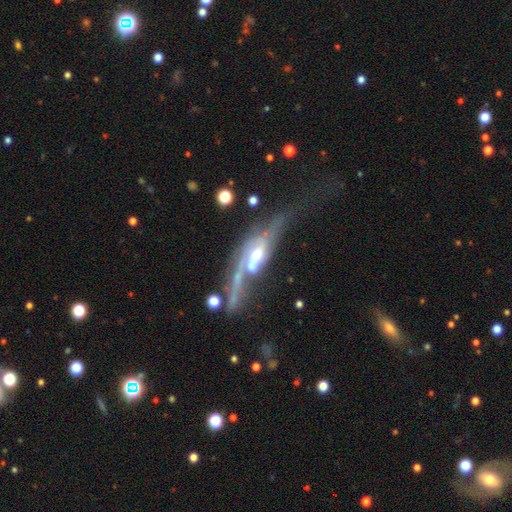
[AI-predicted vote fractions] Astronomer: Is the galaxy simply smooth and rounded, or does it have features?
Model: featured or disk — 79%.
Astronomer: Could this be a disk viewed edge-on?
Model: no — 54% (runner-up: yes, 46%).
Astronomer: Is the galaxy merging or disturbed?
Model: major disturbance — 32% (runner-up: none, 31%).